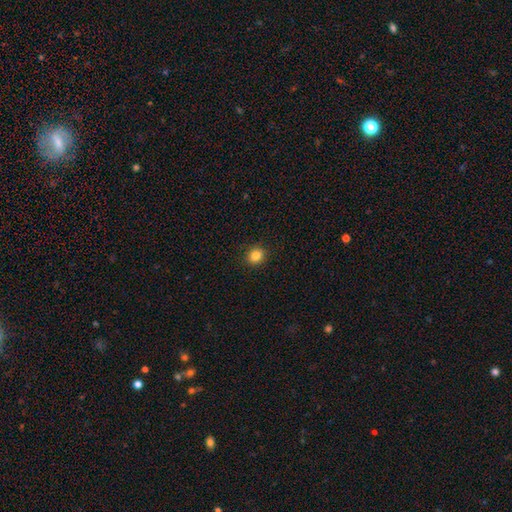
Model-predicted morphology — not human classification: Smooth or featured? Predicted: smooth (p=0.83). How rounded? Predicted: round (p=0.75). Merging? Predicted: none (p=0.91).